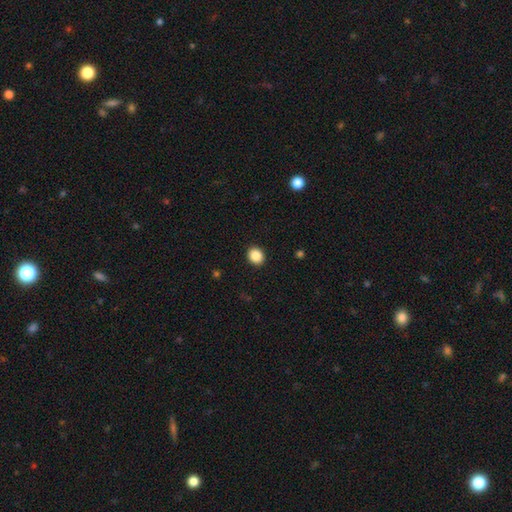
Volunteers were most divided on "how rounded": round: 82%, in between: 18%, cigar-shaped: 0%. More confident: smooth or featured — smooth (100%); merging — none (89%).